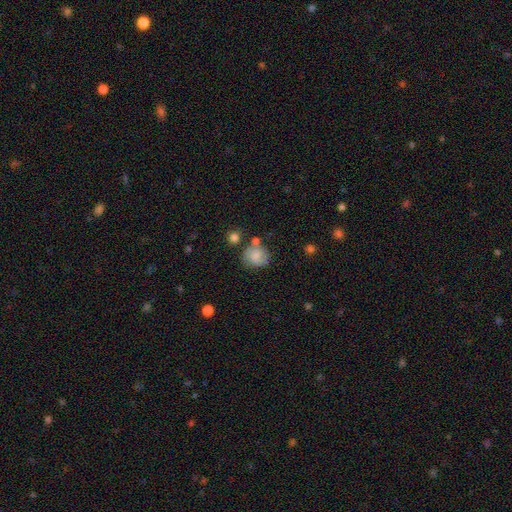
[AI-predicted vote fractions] Overall: smooth (63%; featured or disk 28%). How rounded: round (75%). Merging: none (57%; minor disturbance 23%).